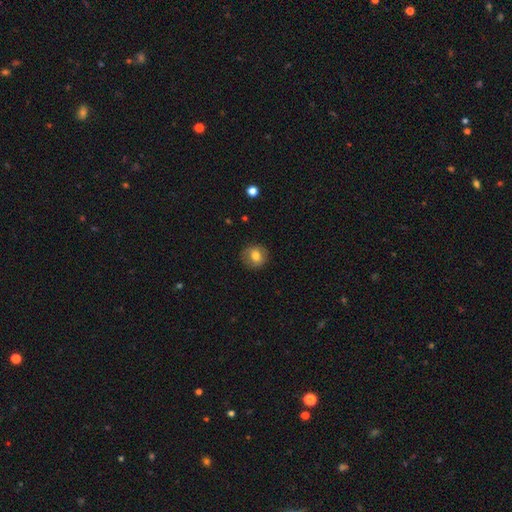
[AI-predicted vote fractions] This appears to be a smooth galaxy with no disk features (71%) that is round (86%). Merging: none (85%).